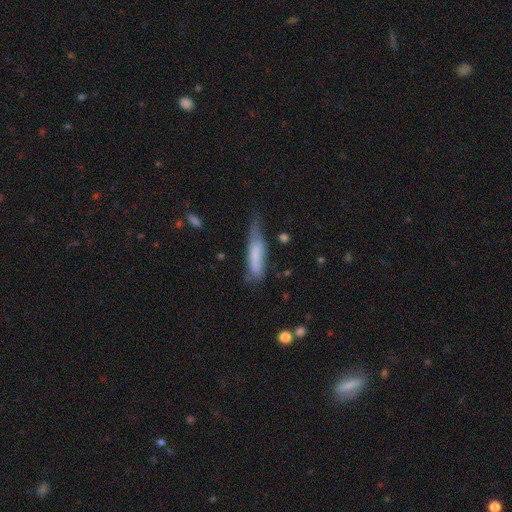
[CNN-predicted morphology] Smooth or featured? Predicted: smooth (p=0.68). How rounded? Predicted: cigar-shaped (p=0.76). Merging? Predicted: minor disturbance (p=0.41).